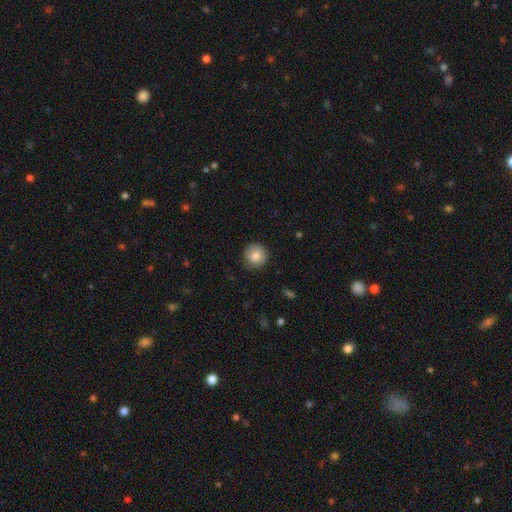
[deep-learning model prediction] Smooth or featured?
  - smooth: 84% *
  - featured or disk: 8%
  - star or artifact: 8%
How rounded?
  - round: 94% *
  - in between: 5%
  - cigar-shaped: 1%
Merging?
  - none: 87% *
  - minor disturbance: 10%
  - major disturbance: 2%
  - merger: 1%